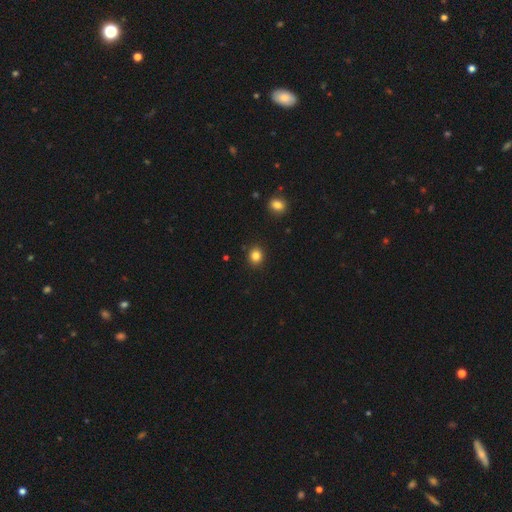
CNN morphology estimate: Smooth or featured? smooth (84%)
How rounded? round (80%)
Merging? none (90%)